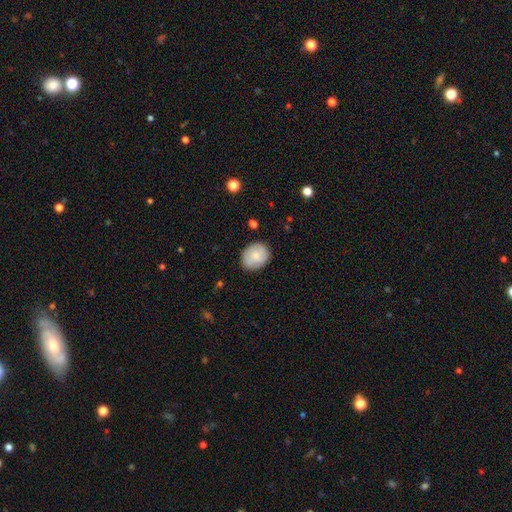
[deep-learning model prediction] Smooth or featured?
  - smooth: 81% *
  - featured or disk: 12%
  - star or artifact: 7%
How rounded?
  - round: 60% *
  - in between: 39%
  - cigar-shaped: 1%
Merging?
  - none: 83% *
  - minor disturbance: 13%
  - major disturbance: 3%
  - merger: 1%